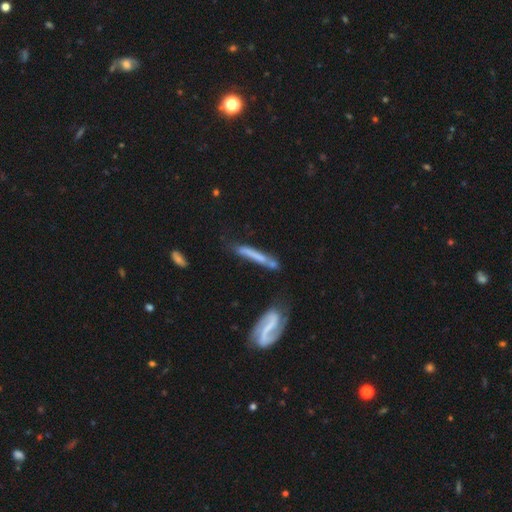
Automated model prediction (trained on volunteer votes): Smooth or featured? featured or disk (52%)
Edge-on disk? yes (62%)
Merging? none (52%)